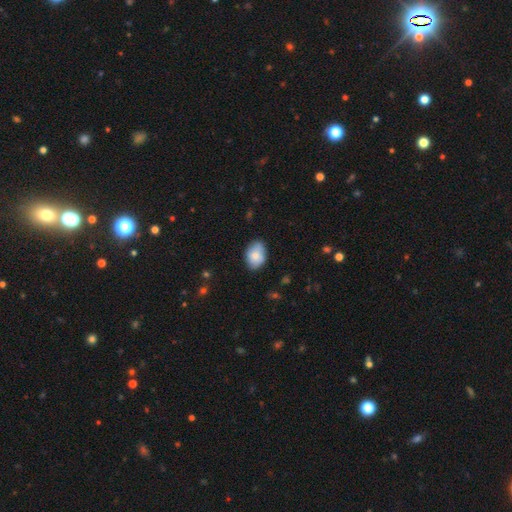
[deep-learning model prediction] Morphology: type=smooth (80%); roundness=in between (82%); merging=none (74%).